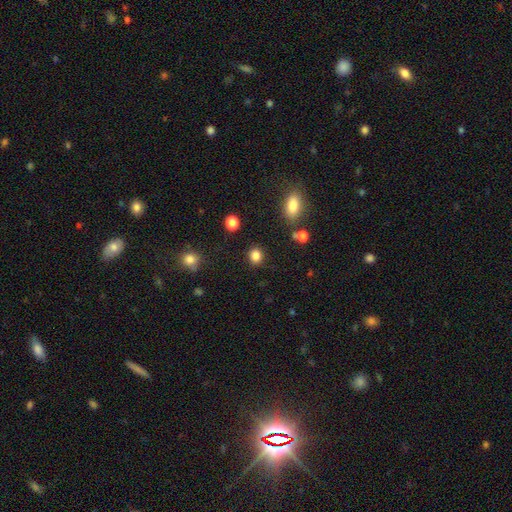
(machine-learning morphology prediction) A smooth galaxy with no disk features (85%) that is round (72%).

Vote fractions:
- Smooth or featured? smooth: 85% / star or artifact: 11% / featured or disk: 4%
- How rounded? round: 72% / in between: 27% / cigar-shaped: 1%
- Merging? none: 87% / minor disturbance: 8% / major disturbance: 3% / merger: 2%